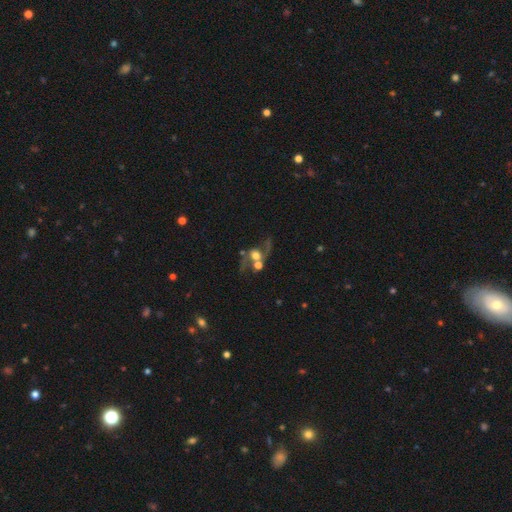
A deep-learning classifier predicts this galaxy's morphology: type=featured or disk (65%); edge-on=no (95%); bar=no (70%); spiral arms=yes (77%); bulge=moderate (46%); merging=none (37%).